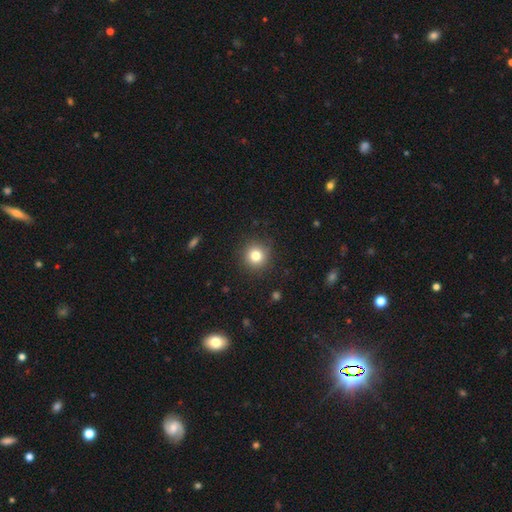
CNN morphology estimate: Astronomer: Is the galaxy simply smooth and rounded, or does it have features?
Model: smooth — 81%.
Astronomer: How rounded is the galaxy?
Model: round — 94%.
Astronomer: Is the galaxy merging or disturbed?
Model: none — 90%.